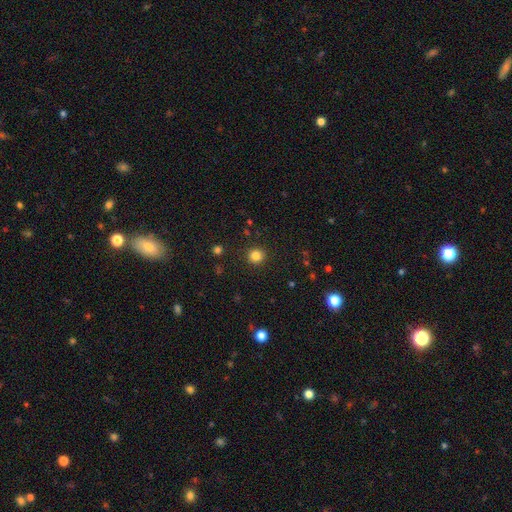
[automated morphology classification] A smooth galaxy with no disk features (83%) that is round (93%). Merging: none (91%).